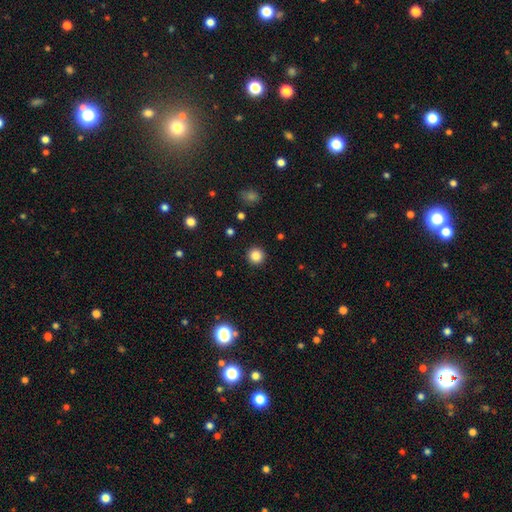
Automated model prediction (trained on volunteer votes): A smooth galaxy with no disk features (85%) that is round (95%).

Vote fractions:
- Smooth or featured? smooth: 85% / star or artifact: 11% / featured or disk: 4%
- How rounded? round: 95% / in between: 4% / cigar-shaped: 1%
- Merging? none: 92% / minor disturbance: 5% / major disturbance: 2% / merger: 1%